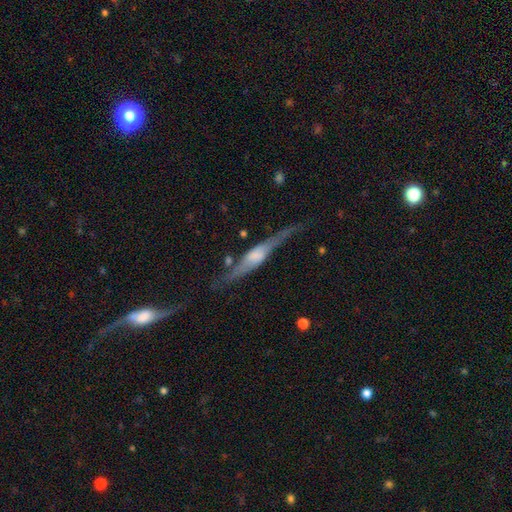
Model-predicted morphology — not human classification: A featured or disk galaxy (74%) viewed edge-on (92%) with a rounded central bulge (57%).

Vote fractions:
- Smooth or featured? featured or disk: 74% / smooth: 20% / star or artifact: 6%
- Edge-on disk? yes: 92% / no: 8%
- Edge-on bulge? rounded: 57% / boxy: 33% / none: 10%
- Merging? none: 67% / minor disturbance: 21% / major disturbance: 8% / merger: 4%